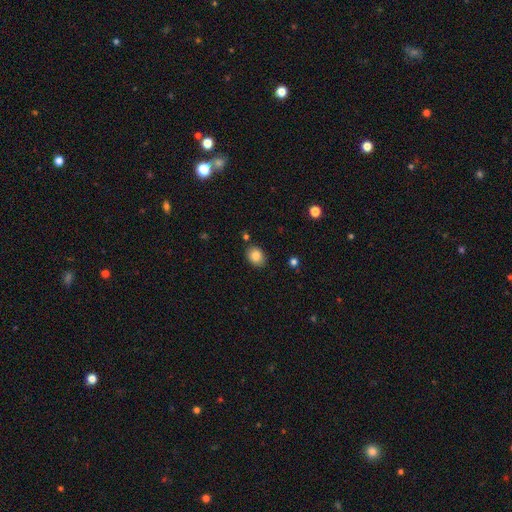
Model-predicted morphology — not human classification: smooth-or-featured: smooth: 83% | star or artifact: 9% | featured or disk: 8%
  how-rounded: in between: 57% | round: 42% | cigar-shaped: 1%
  merging: none: 85% | minor disturbance: 10% | merger: 3% | major disturbance: 2%